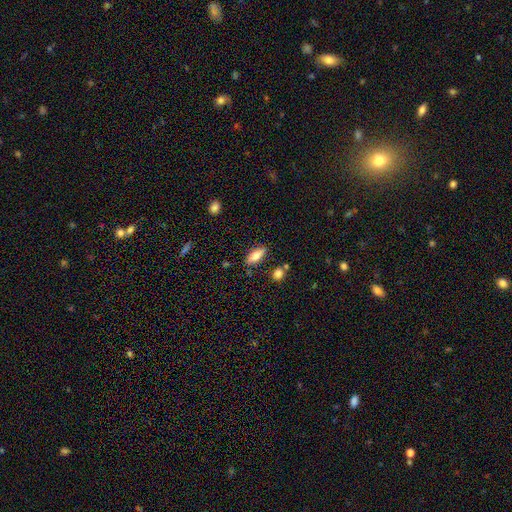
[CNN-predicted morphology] type=smooth (71%); roundness=in between (73%); merging=none (81%).